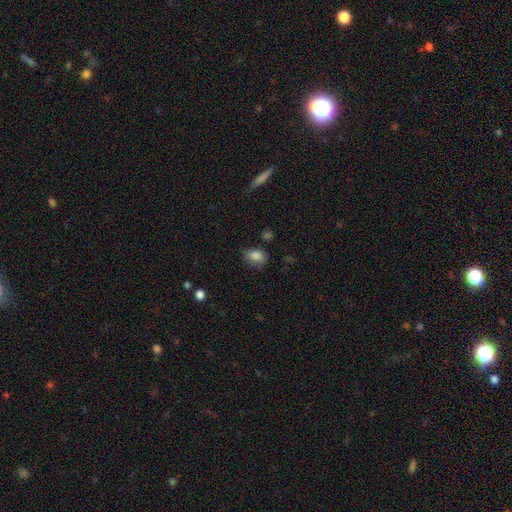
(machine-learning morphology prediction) A smooth galaxy with no disk features (83%) that is in between round and cigar-shaped (73%). Merging: none (62%).